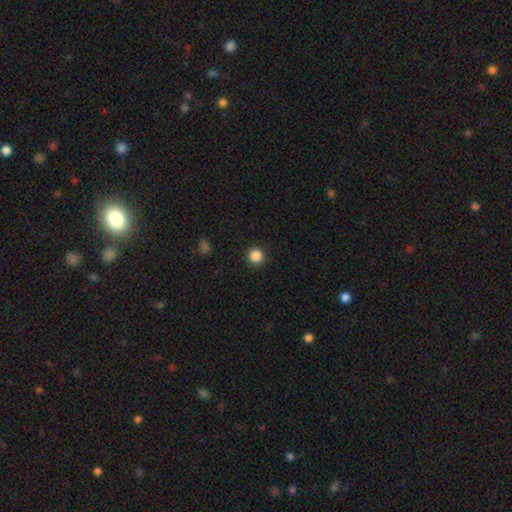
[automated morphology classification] Q: Smooth or featured?
A: smooth (86%); runner-up: star or artifact (11%)
Q: How rounded?
A: round (96%); runner-up: in between (3%)
Q: Merging?
A: none (92%); runner-up: minor disturbance (5%)